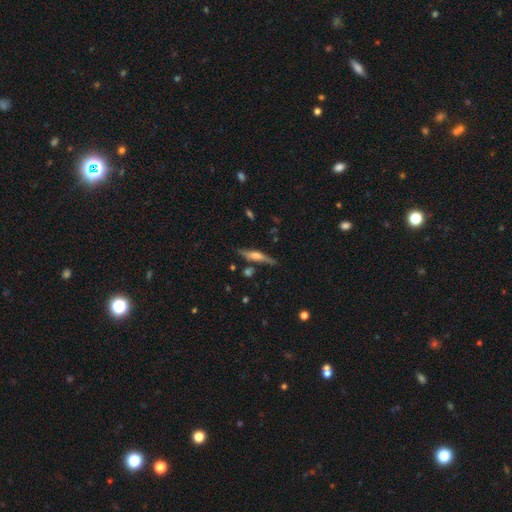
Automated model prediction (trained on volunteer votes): This is possibly a featured or disk galaxy (59%). It is clearly viewed edge-on (93%). Edge-on bulge: likely rounded (63%). Merging: likely none (73%).